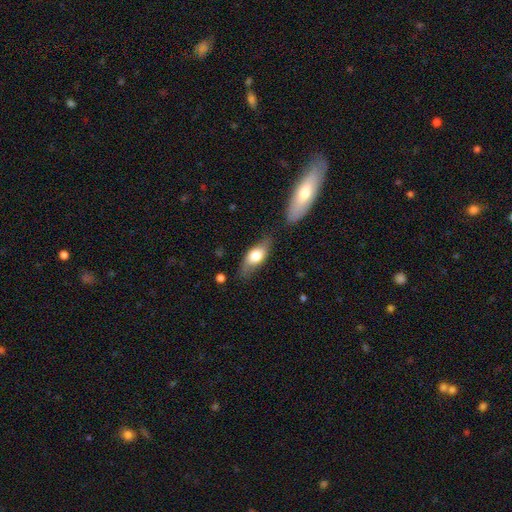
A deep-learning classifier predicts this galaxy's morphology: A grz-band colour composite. It shows a smooth galaxy with no disk features (63%) that is in between round and cigar-shaped (78%). Merging: none (69%).